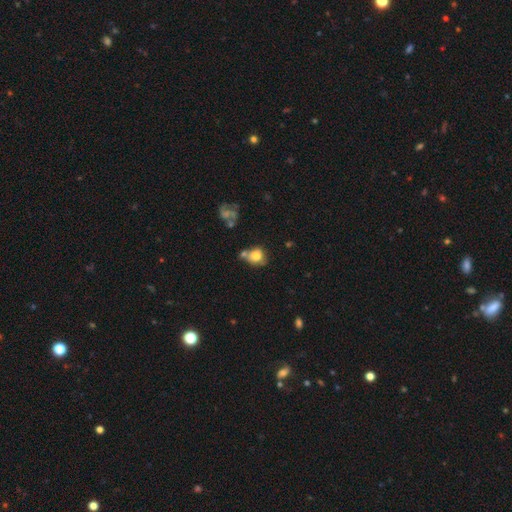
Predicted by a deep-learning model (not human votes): smooth-or-featured: smooth: 74% | featured or disk: 16% | star or artifact: 10%
  how-rounded: round: 67% | in between: 31% | cigar-shaped: 1%
  merging: none: 42% | merger: 28% | minor disturbance: 21% | major disturbance: 9%